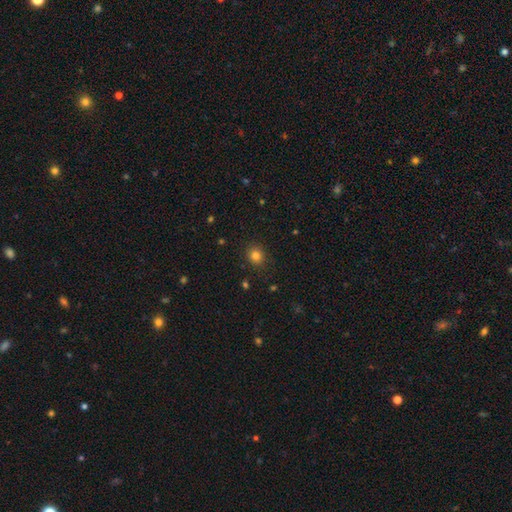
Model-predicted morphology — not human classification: A smooth galaxy with no disk features (81%) that is round (78%).

Vote fractions:
- Smooth or featured? smooth: 81% / star or artifact: 13% / featured or disk: 6%
- How rounded? round: 78% / in between: 21% / cigar-shaped: 1%
- Merging? none: 89% / minor disturbance: 8% / major disturbance: 2% / merger: 1%